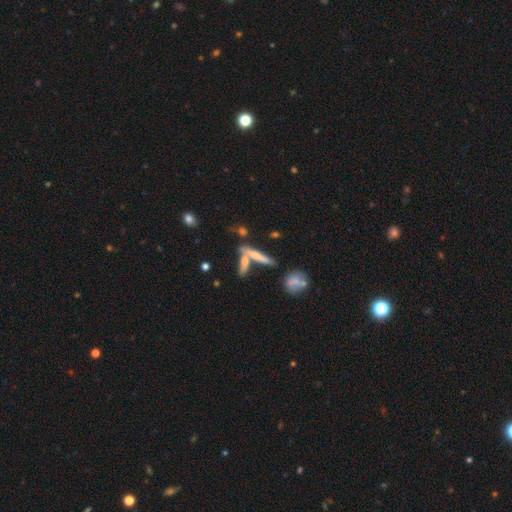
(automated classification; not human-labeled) smooth-or-featured: smooth: 49% | featured or disk: 41% | star or artifact: 9%
  merging: none: 52% | merger: 31% | minor disturbance: 12% | major disturbance: 5%